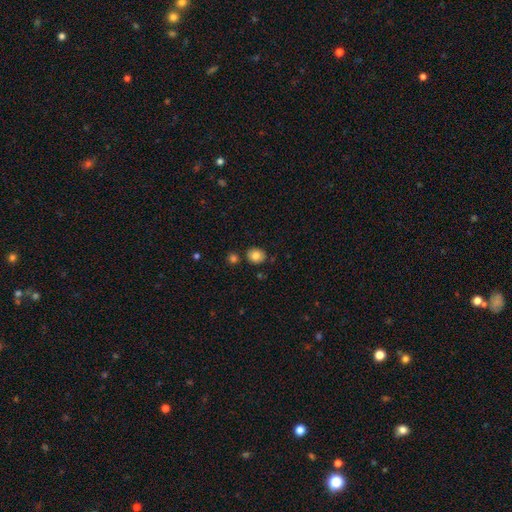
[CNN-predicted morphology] Smooth or featured? Predicted: smooth (p=0.81). How rounded? Predicted: round (p=0.69). Merging? Predicted: none (p=0.81).